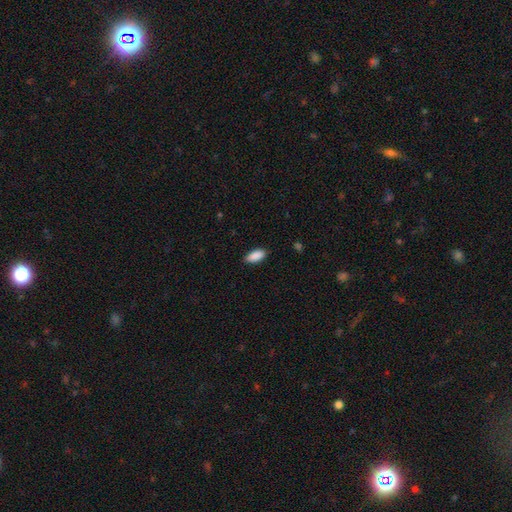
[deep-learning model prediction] Q: Smooth or featured?
A: smooth (90%); runner-up: star or artifact (6%)
Q: How rounded?
A: in between (88%); runner-up: cigar-shaped (10%)
Q: Merging?
A: none (86%); runner-up: minor disturbance (11%)